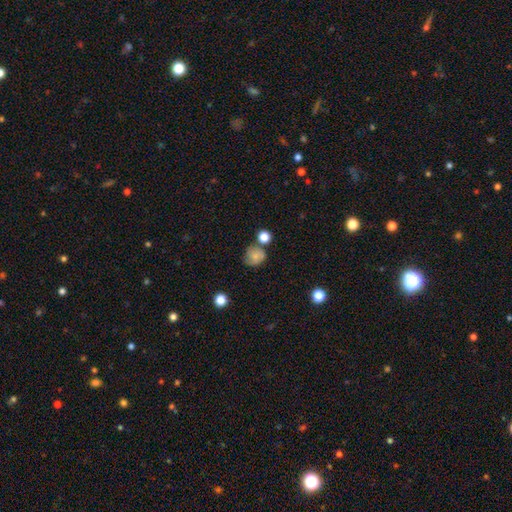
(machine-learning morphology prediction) smooth 73%, featured or disk 17%, star or artifact 11%. Down the decision tree: how rounded — round (80%); merging — none (61%).